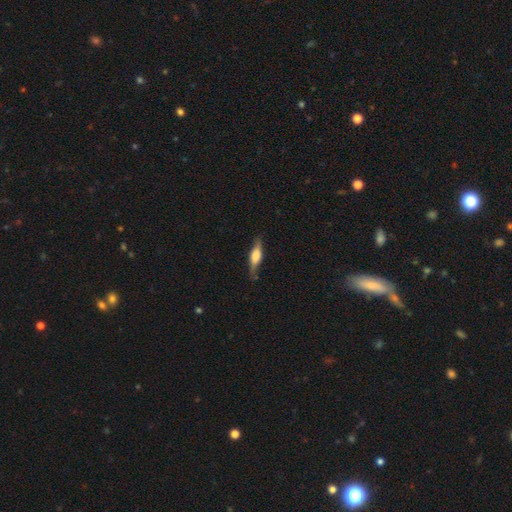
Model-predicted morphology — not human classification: The model was most divided on "smooth or featured": featured or disk: 55%, smooth: 39%, star or artifact: 6%. More confident: edge-on disk — yes (91%); merging — none (78%); edge-on bulge — rounded (74%).